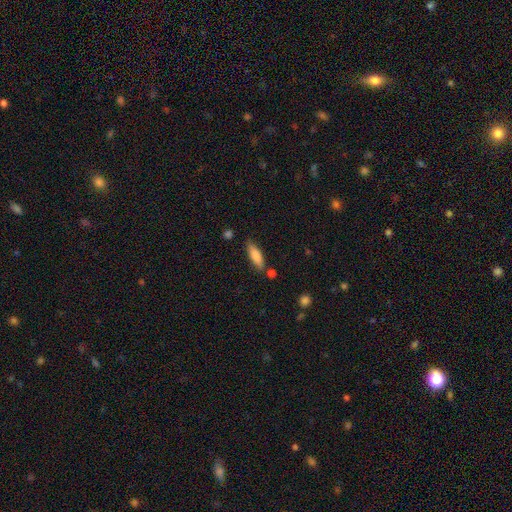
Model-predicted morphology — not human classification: Smooth or featured? Predicted: smooth (p=0.75). How rounded? Predicted: cigar-shaped (p=0.56). Merging? Predicted: none (p=0.77).